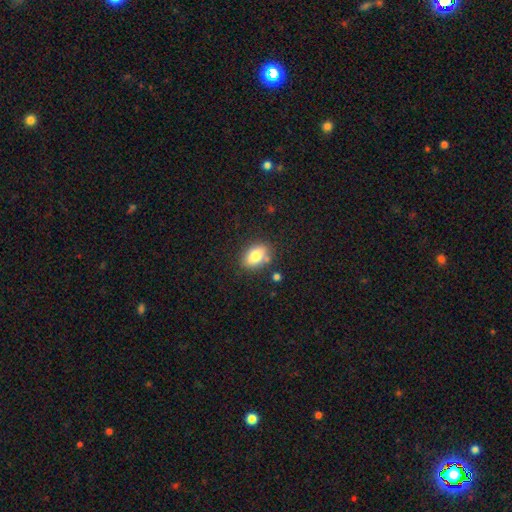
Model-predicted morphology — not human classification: Q: Smooth or featured?
A: smooth (80%); runner-up: featured or disk (11%)
Q: How rounded?
A: in between (84%); runner-up: round (14%)
Q: Merging?
A: none (78%); runner-up: minor disturbance (13%)